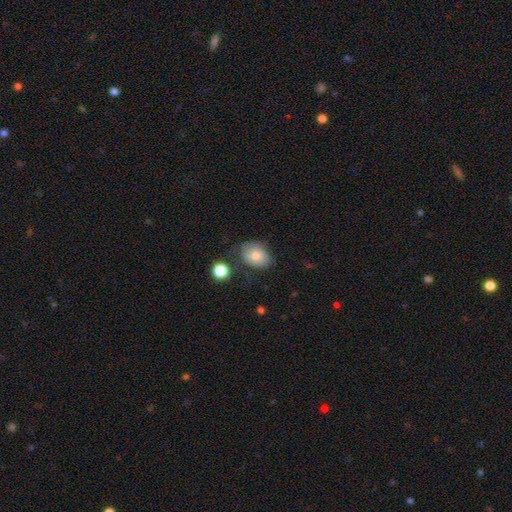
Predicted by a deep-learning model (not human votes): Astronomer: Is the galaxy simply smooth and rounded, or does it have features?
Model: smooth — 65%.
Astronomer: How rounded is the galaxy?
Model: in between — 67%.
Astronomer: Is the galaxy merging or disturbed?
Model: none — 62%.